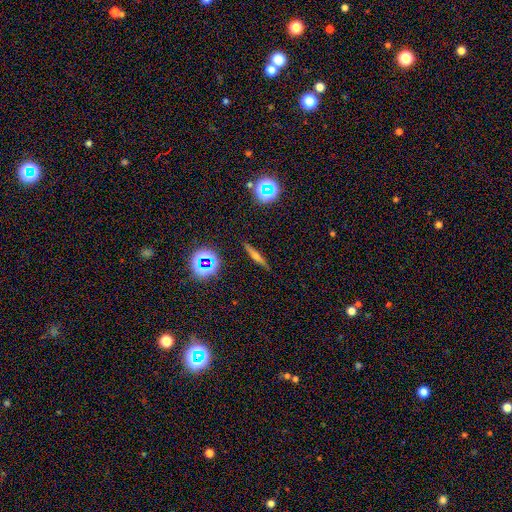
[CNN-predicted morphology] Smooth or featured? smooth (43%)
Merging? none (88%)